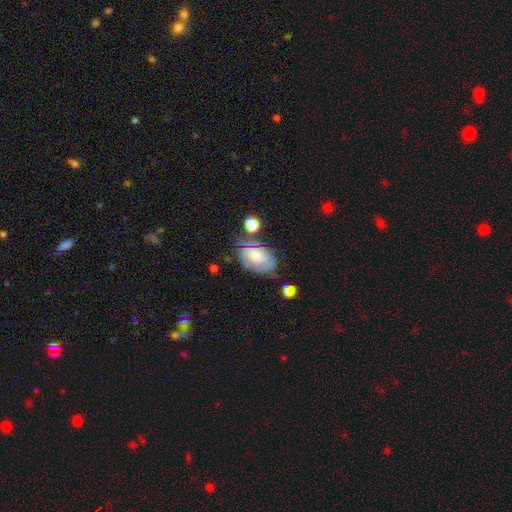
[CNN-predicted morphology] type=featured or disk (50%); merging=none (51%).